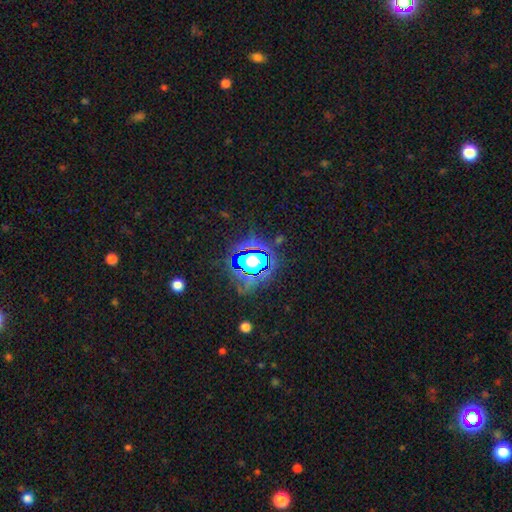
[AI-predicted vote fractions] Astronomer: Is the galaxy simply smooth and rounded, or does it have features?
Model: star or artifact — 77%.